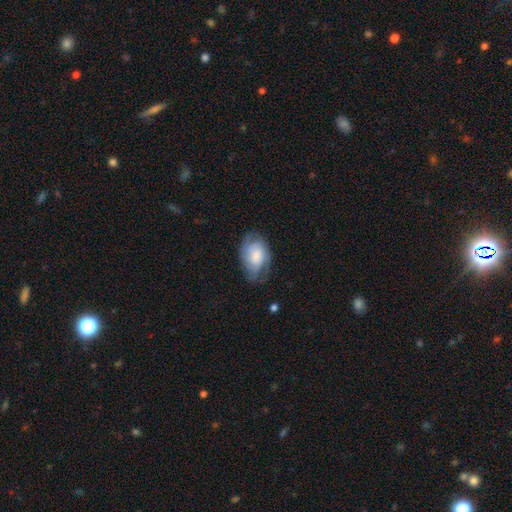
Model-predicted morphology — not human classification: Smooth or featured? featured or disk (51%)
Edge-on disk? no (96%)
Merging? none (56%)